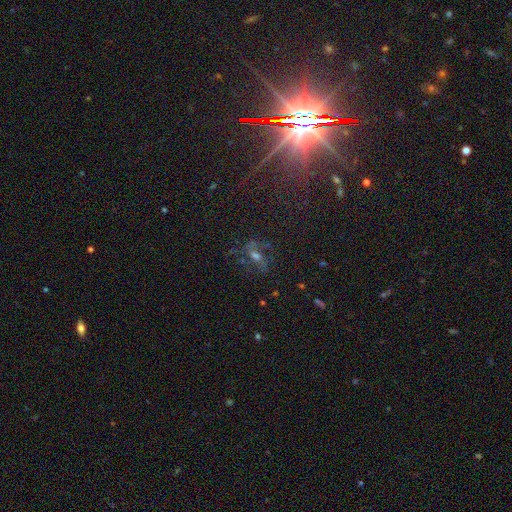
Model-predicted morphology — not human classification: smooth-or-featured: featured or disk: 45% | star or artifact: 34% | smooth: 21%
  merging: none: 64% | minor disturbance: 16% | major disturbance: 16% | merger: 4%